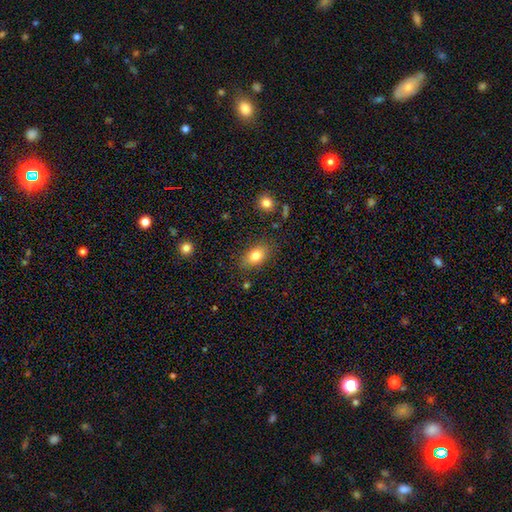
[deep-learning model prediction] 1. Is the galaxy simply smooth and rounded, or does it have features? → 79% smooth, 12% featured or disk, 9% star or artifact.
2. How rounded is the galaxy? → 83% in between, 14% round, 3% cigar-shaped.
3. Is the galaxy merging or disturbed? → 81% none, 13% minor disturbance, 3% major disturbance, 2% merger.